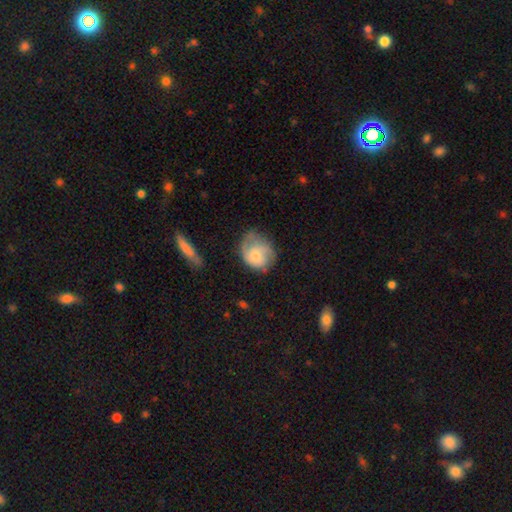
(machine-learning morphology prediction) Smooth or featured: smooth — 52% (featured or disk — 41%)
How rounded: round — 56% (in between — 43%)
Merging: none — 48% (minor disturbance — 32%)